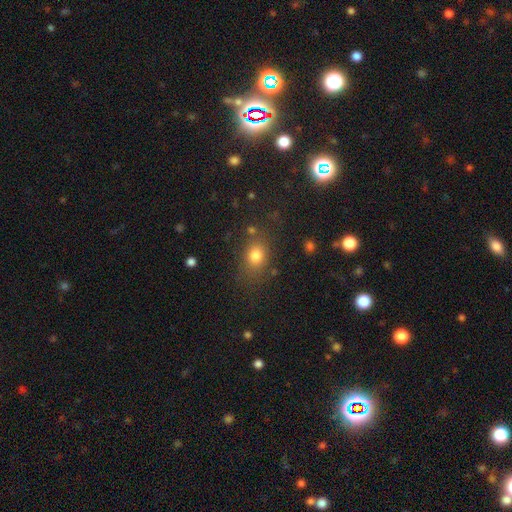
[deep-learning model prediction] A smooth galaxy with no disk features (78%) that is in between round and cigar-shaped (51%).

Vote fractions:
- Smooth or featured? smooth: 78% / star or artifact: 13% / featured or disk: 9%
- How rounded? in between: 51% / round: 47% / cigar-shaped: 1%
- Merging? none: 75% / minor disturbance: 15% / major disturbance: 6% / merger: 4%